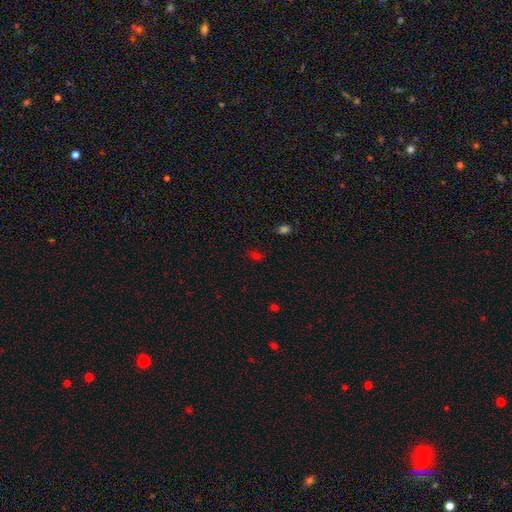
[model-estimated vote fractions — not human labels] Smooth or featured?
  - smooth: 60% *
  - star or artifact: 34%
  - featured or disk: 7%
How rounded?
  - in between: 77% *
  - round: 19%
  - cigar-shaped: 4%
Merging?
  - none: 75% *
  - minor disturbance: 16%
  - major disturbance: 6%
  - merger: 3%